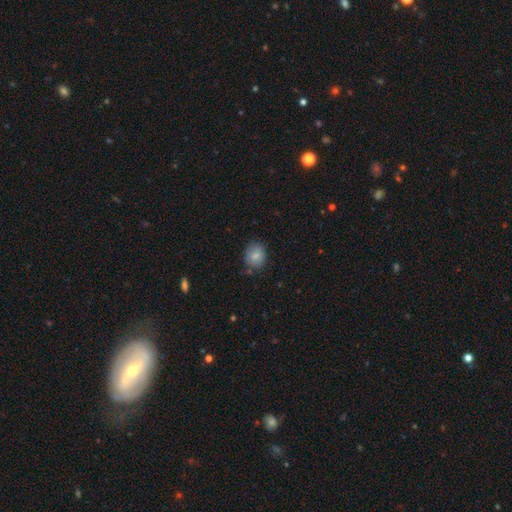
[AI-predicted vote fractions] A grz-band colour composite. It shows a smooth galaxy with no disk features (82%) that is round (61%). Merging: none (77%).